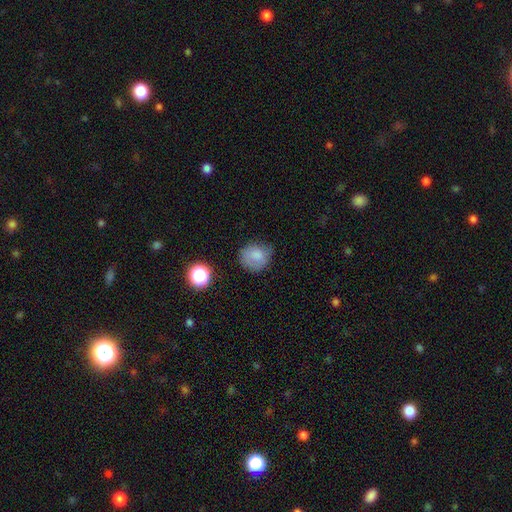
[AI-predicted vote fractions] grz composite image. It shows a smooth galaxy with no disk features (78%) that is round (74%). Merging: none (59%).